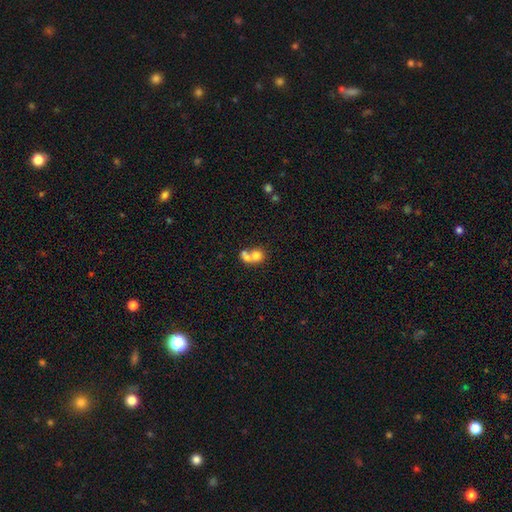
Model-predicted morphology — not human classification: Smooth or featured? Predicted: smooth (p=0.70). How rounded? Predicted: round (p=0.68). Merging? Predicted: merger (p=0.67).